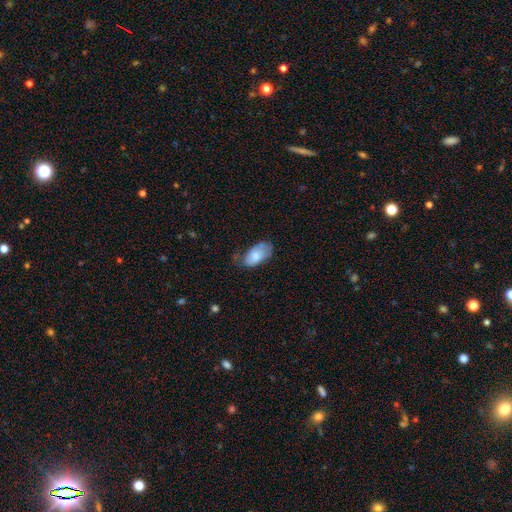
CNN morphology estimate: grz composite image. It shows a smooth galaxy with no disk features (75%) that is in between round and cigar-shaped (94%). Merging: none (49%).